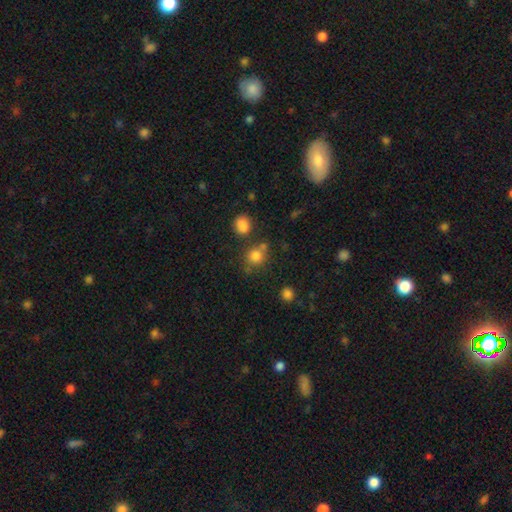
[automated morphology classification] The model was most divided on "merging": none: 64%, merger: 19%, minor disturbance: 12%, major disturbance: 5%. More confident: how rounded — round (85%); smooth or featured — smooth (80%).